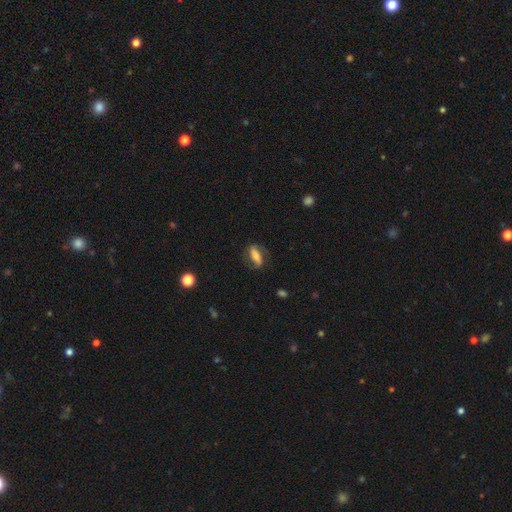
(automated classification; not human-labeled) The model was most divided on "smooth or featured": smooth: 46%, featured or disk: 45%, star or artifact: 8%. More confident: merging — none (69%).